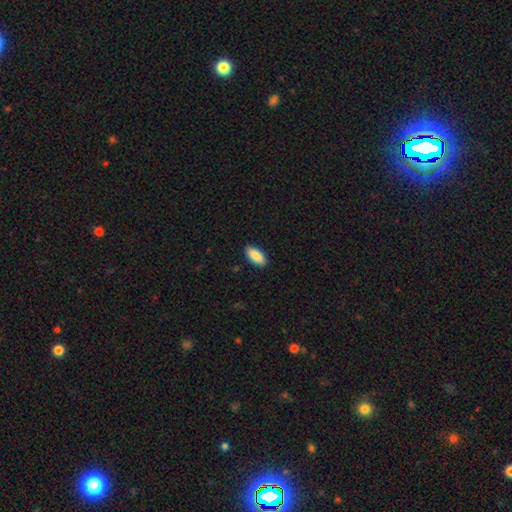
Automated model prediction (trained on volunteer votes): A smooth galaxy with no disk features (89%) that is in between round and cigar-shaped (87%).

Vote fractions:
- Smooth or featured? smooth: 89% / star or artifact: 6% / featured or disk: 5%
- How rounded? in between: 87% / cigar-shaped: 11% / round: 2%
- Merging? none: 90% / minor disturbance: 7% / major disturbance: 2% / merger: 1%